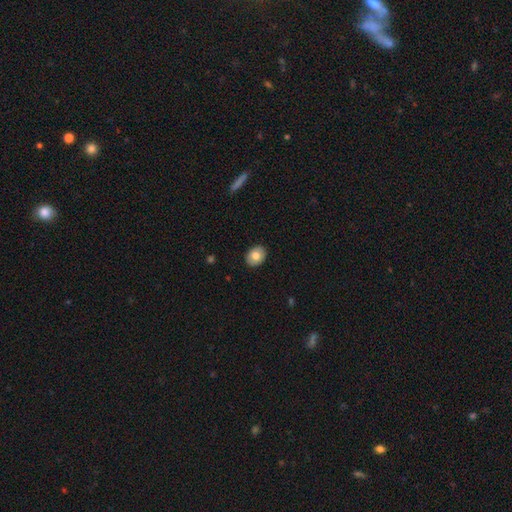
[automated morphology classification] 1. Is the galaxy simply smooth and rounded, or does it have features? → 78% smooth, 15% featured or disk, 7% star or artifact.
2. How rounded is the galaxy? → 63% in between, 36% round, 1% cigar-shaped.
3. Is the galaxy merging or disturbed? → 90% none, 7% minor disturbance, 2% major disturbance, 1% merger.